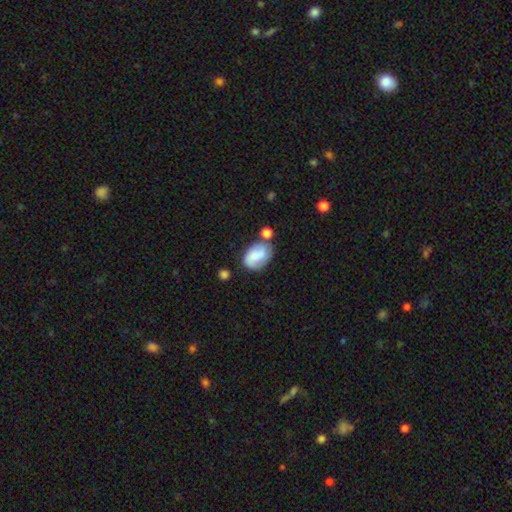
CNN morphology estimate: Overall: smooth (58%; featured or disk 33%). How rounded: in between (81%). Merging: none (49%; minor disturbance 24%).